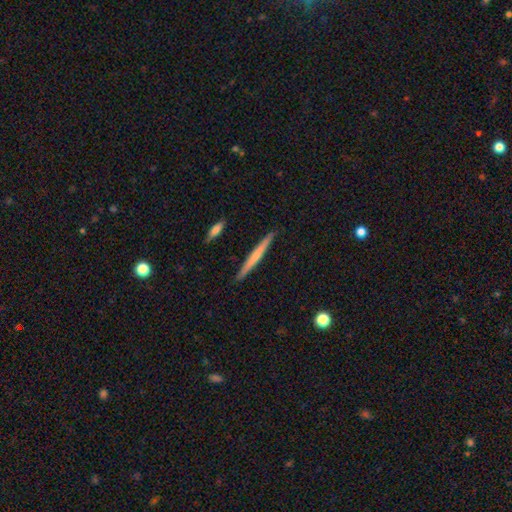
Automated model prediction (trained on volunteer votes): smooth-or-featured: smooth: 50% | featured or disk: 44% | star or artifact: 5%
  how-rounded: cigar-shaped: 96% | in between: 2% | round: 1%
  merging: none: 91% | minor disturbance: 6% | merger: 1% | major disturbance: 1%